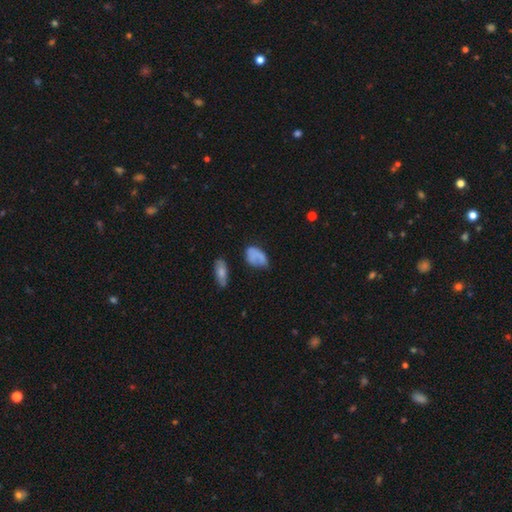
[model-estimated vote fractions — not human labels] The model was most divided on "merging": none: 44%, minor disturbance: 31%, major disturbance: 19%, merger: 6%. More confident: how rounded — in between (85%); smooth or featured — smooth (68%).